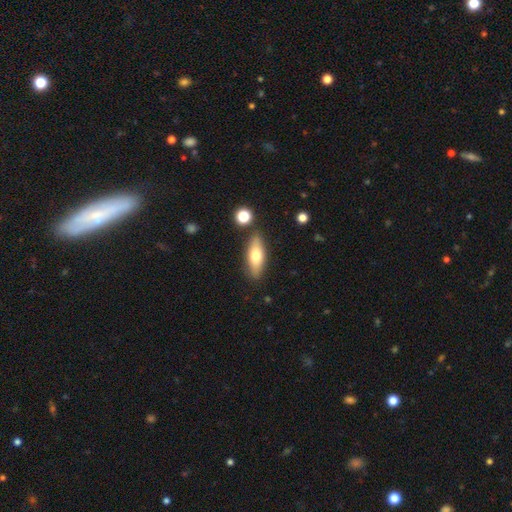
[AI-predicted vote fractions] Smooth or featured?
  - smooth: 66% *
  - featured or disk: 27%
  - star or artifact: 7%
How rounded?
  - in between: 64% *
  - cigar-shaped: 33%
  - round: 3%
Merging?
  - none: 83% *
  - minor disturbance: 11%
  - merger: 4%
  - major disturbance: 2%